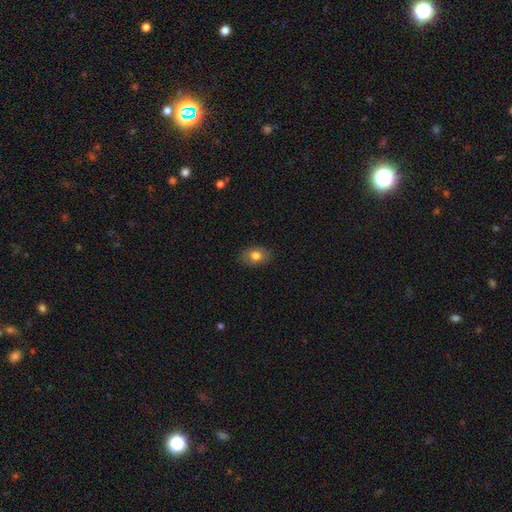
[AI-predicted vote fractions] Overall: smooth (78%). How rounded: in between (74%). Merging: none (86%).